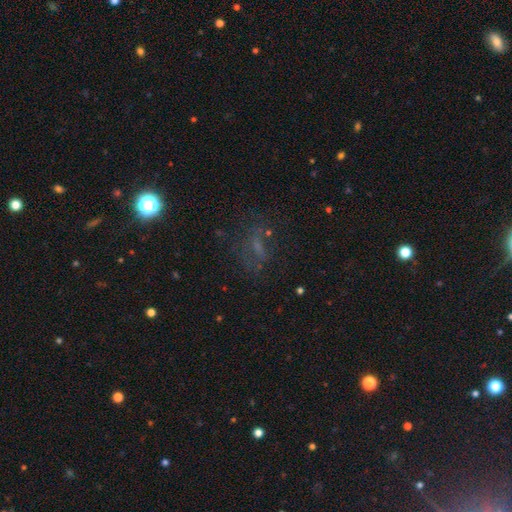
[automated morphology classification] Smooth or featured? star or artifact (42%)